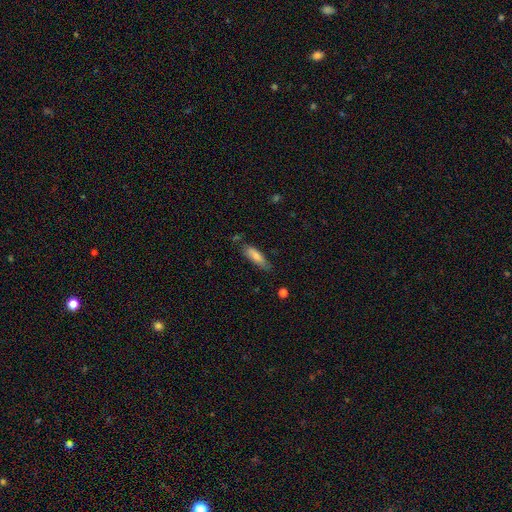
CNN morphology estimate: This appears to be a smooth galaxy with no disk features (77%) that is in between round and cigar-shaped (51%). Merging: none (65%).